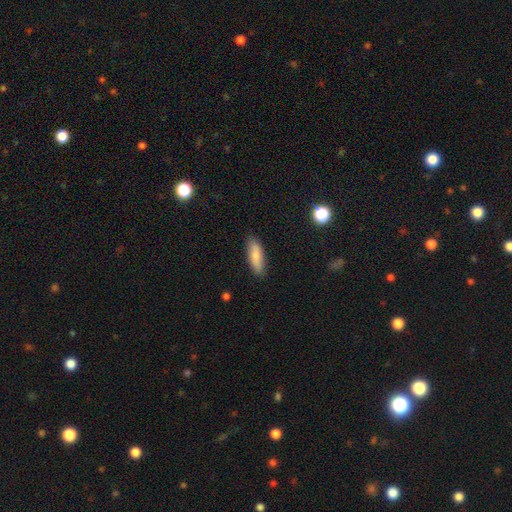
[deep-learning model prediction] The model was most divided on "how rounded": in between: 54%, cigar-shaped: 44%, round: 2%. More confident: merging — none (85%); smooth or featured — smooth (80%).